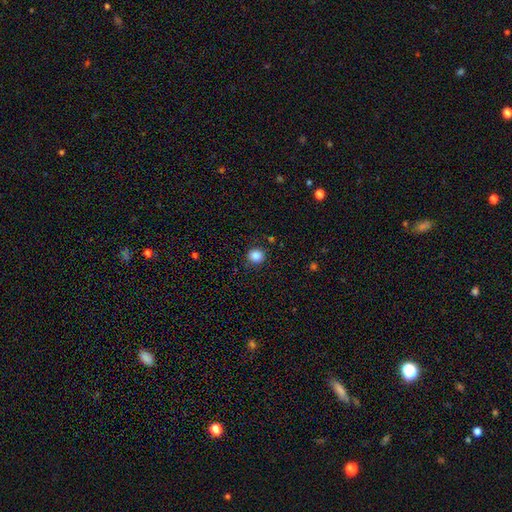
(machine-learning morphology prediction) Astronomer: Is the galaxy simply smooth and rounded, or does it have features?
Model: smooth — 86%.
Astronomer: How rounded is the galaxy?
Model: round — 86%.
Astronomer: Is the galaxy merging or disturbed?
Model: none — 87%.